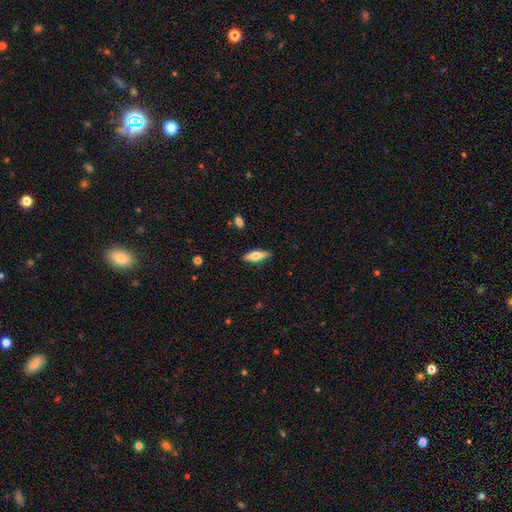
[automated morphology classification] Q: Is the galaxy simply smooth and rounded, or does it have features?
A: smooth — 59%.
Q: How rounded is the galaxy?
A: in between — 53%.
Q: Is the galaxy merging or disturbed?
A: none — 88%.